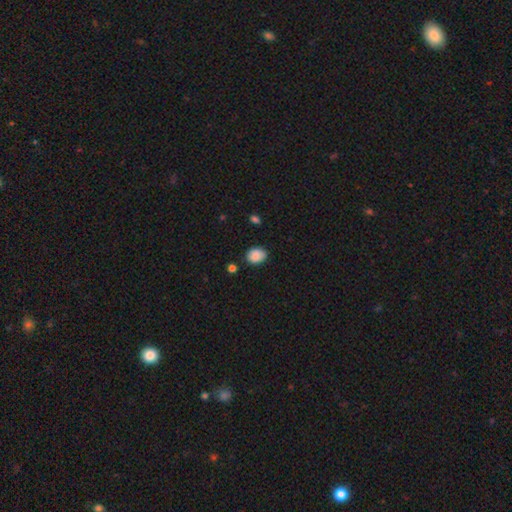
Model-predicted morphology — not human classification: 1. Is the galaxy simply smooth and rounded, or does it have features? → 86% smooth, 8% star or artifact, 5% featured or disk.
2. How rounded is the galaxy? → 61% in between, 38% round, 1% cigar-shaped.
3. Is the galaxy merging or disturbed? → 78% none, 17% minor disturbance, 3% major disturbance, 2% merger.